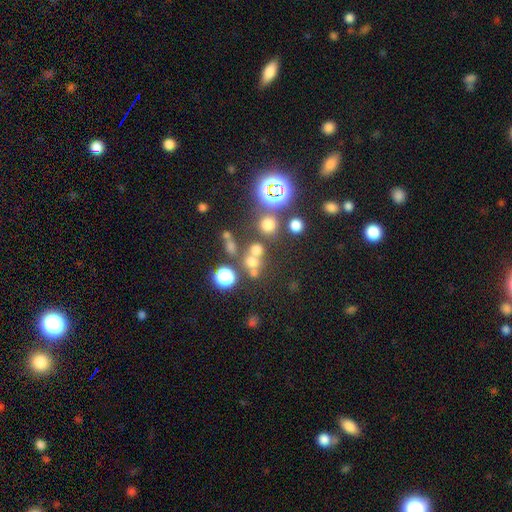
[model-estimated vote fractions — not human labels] The model was most divided on "smooth or featured": star or artifact: 56%, smooth: 30%, featured or disk: 13%.